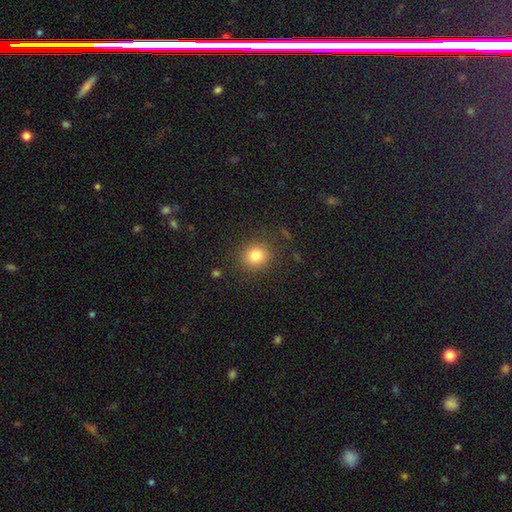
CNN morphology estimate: This appears to be a smooth galaxy with no disk features (81%) that is round (86%). Merging: none (87%).